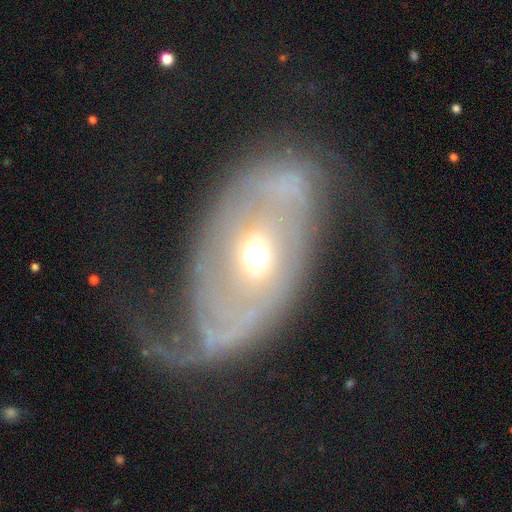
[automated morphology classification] Smooth or featured?
  - featured or disk: 67% *
  - smooth: 23%
  - star or artifact: 10%
Edge-on disk?
  - no: 87% *
  - yes: 13%
Bar?
  - no: 59% *
  - weak: 27%
  - strong: 14%
Spiral arms?
  - no: 56% *
  - yes: 44%
Bulge size?
  - moderate: 67% *
  - small: 19%
  - large: 10%
  - dominant: 2%
  - none: 2%
Merging?
  - none: 72% *
  - minor disturbance: 15%
  - major disturbance: 10%
  - merger: 3%